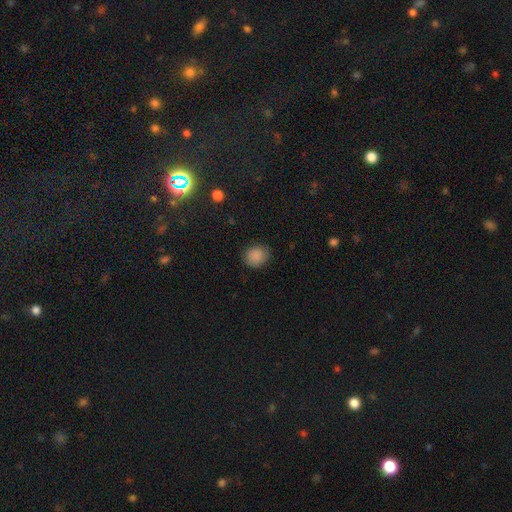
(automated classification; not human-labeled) A smooth galaxy with no disk features (87%) that is round (65%).

Vote fractions:
- Smooth or featured? smooth: 87% / star or artifact: 9% / featured or disk: 4%
- How rounded? round: 65% / in between: 34% / cigar-shaped: 1%
- Merging? none: 82% / minor disturbance: 14% / major disturbance: 3% / merger: 1%